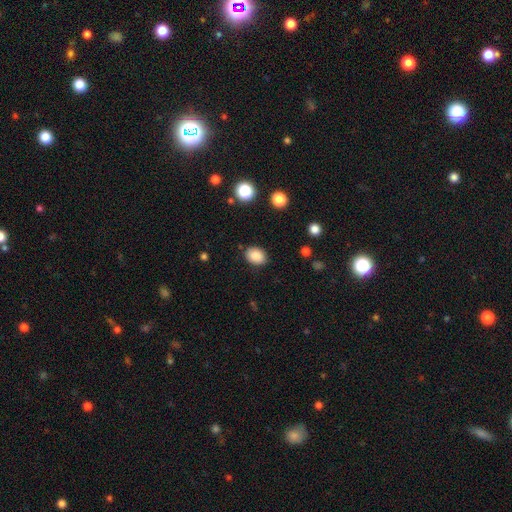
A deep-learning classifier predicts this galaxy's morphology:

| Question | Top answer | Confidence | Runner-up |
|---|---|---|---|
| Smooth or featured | smooth | 87% | star or artifact (9%) |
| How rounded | in between | 67% | round (32%) |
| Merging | none | 86% | minor disturbance (10%) |